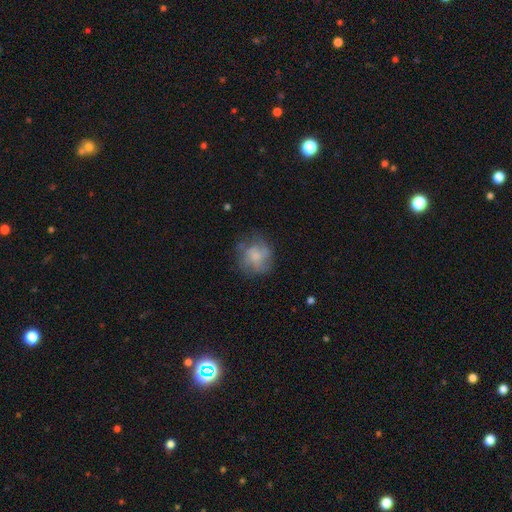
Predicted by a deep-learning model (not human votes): Smooth or featured?
  - smooth: 46% *
  - featured or disk: 45%
  - star or artifact: 9%
Merging?
  - none: 65% *
  - minor disturbance: 21%
  - major disturbance: 12%
  - merger: 2%